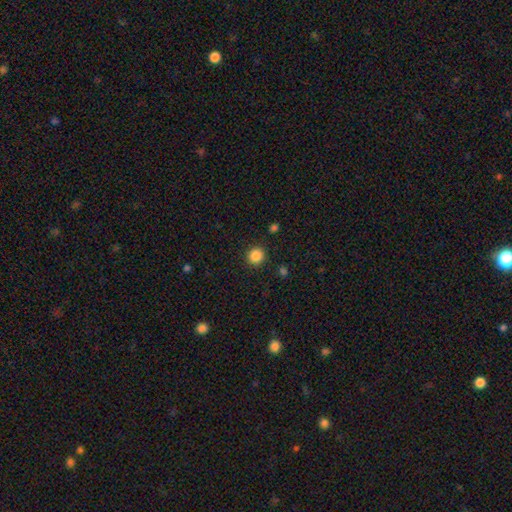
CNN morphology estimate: Smooth or featured? smooth (86%)
How rounded? round (91%)
Merging? none (90%)